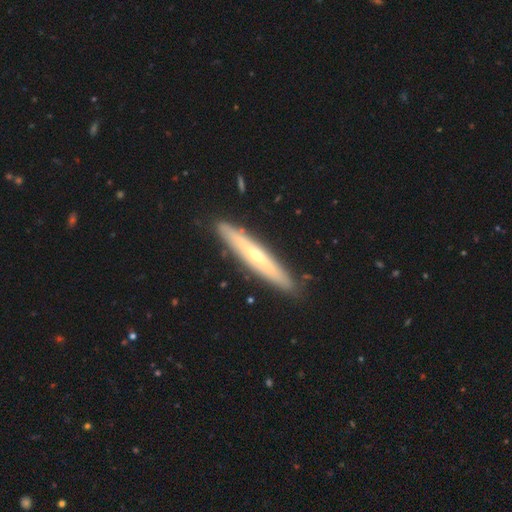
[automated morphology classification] This appears to be a featured or disk galaxy (65%) viewed edge-on (88%) with a rounded central bulge (69%). Merging: none (88%).